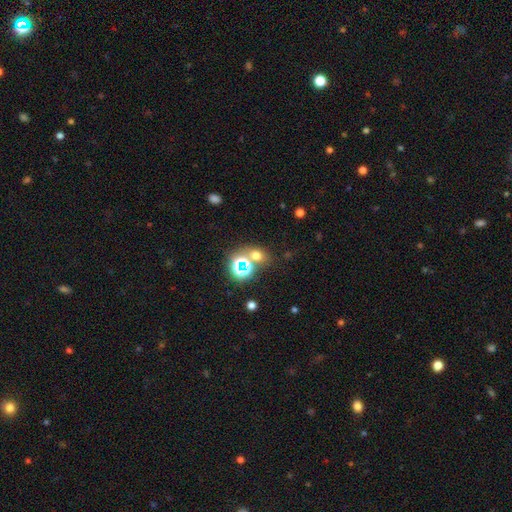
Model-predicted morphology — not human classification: smooth_or_featured: smooth (p=0.56) [alt: star or artifact p=0.35]
how_rounded: round (p=0.64) [alt: in between p=0.35]
merging: none (p=0.64) [alt: merger p=0.23]